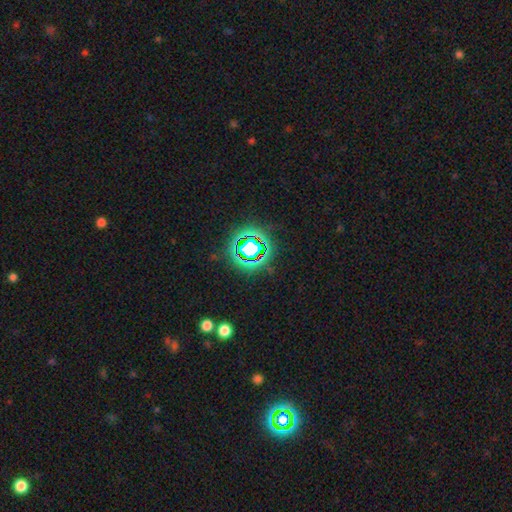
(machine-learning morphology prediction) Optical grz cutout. It shows a star or artifact, not a galaxy (79%).